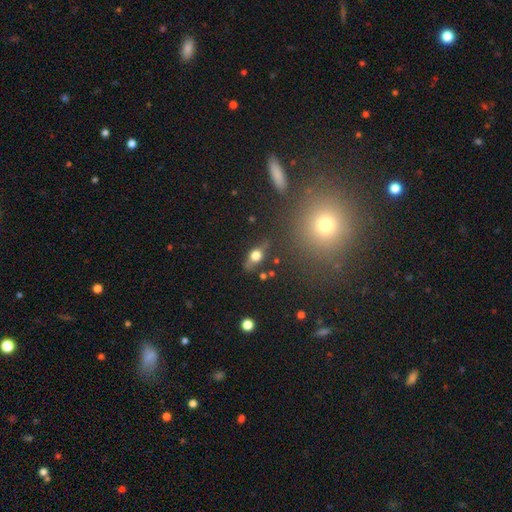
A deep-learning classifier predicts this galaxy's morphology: A smooth galaxy with no disk features (50%).

Vote fractions:
- Smooth or featured? smooth: 50% / featured or disk: 39% / star or artifact: 12%
- Merging? none: 75% / minor disturbance: 16% / major disturbance: 5% / merger: 4%